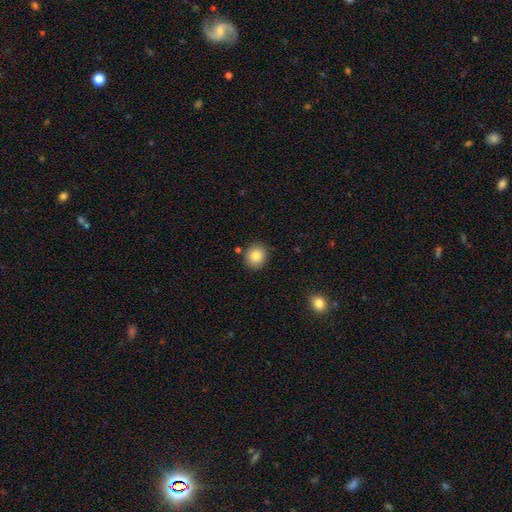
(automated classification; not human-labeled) Smooth or featured? Predicted: smooth (p=0.85). How rounded? Predicted: round (p=0.77). Merging? Predicted: none (p=0.87).